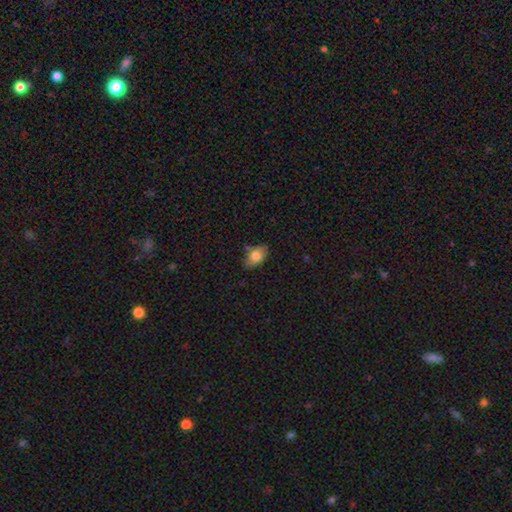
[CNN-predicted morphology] A smooth galaxy with no disk features (78%) that is in between round and cigar-shaped (90%). Merging: none (75%).